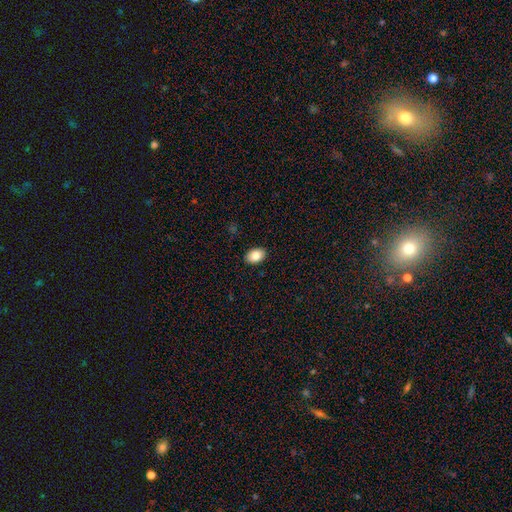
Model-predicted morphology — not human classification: Smooth or featured?
  - smooth: 85% *
  - star or artifact: 8%
  - featured or disk: 7%
How rounded?
  - in between: 85% *
  - round: 14%
  - cigar-shaped: 1%
Merging?
  - none: 90% *
  - minor disturbance: 7%
  - major disturbance: 2%
  - merger: 1%